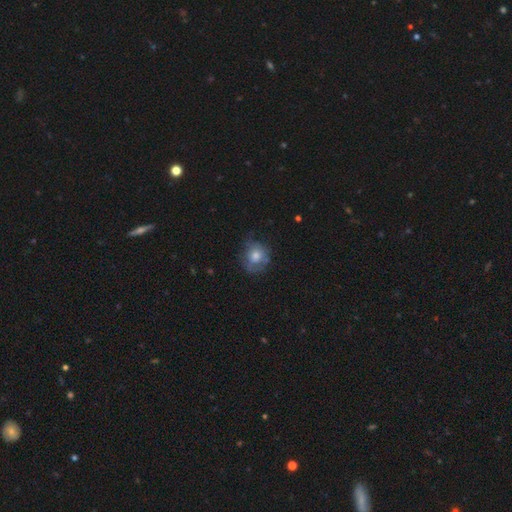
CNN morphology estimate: Smooth or featured: smooth — 59% (featured or disk — 30%)
How rounded: round — 77% (in between — 22%)
Merging: none — 60% (minor disturbance — 26%)